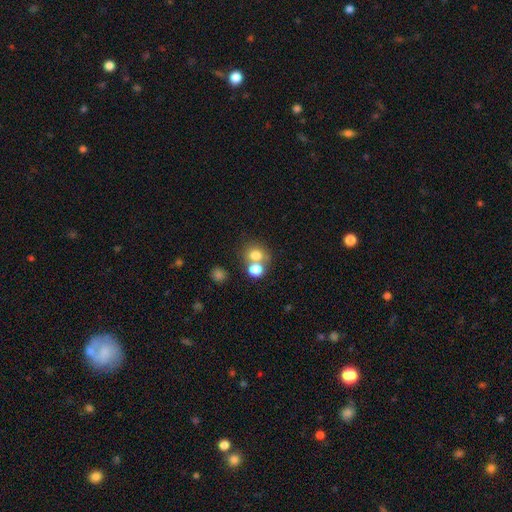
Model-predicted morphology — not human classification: smooth-or-featured: smooth: 75% | star or artifact: 14% | featured or disk: 12%
  how-rounded: round: 72% | in between: 27% | cigar-shaped: 1%
  merging: none: 45% | merger: 43% | minor disturbance: 8% | major disturbance: 4%